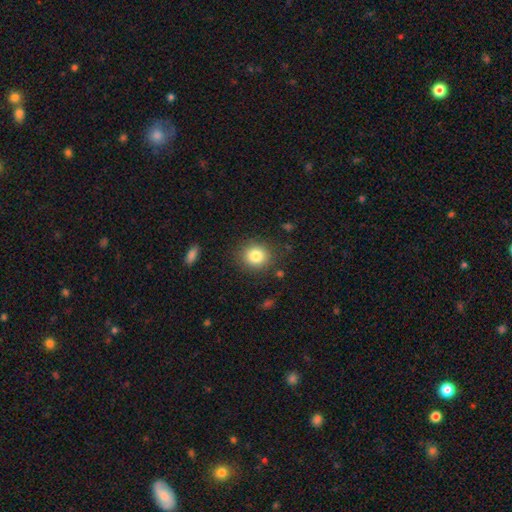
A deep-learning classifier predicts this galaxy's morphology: type=smooth (83%); roundness=round (81%); merging=none (86%).